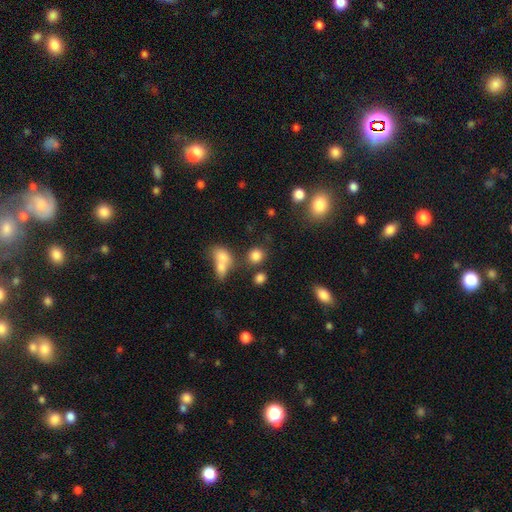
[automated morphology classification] Smooth or featured: smooth — 81% (star or artifact — 13%)
How rounded: round — 79% (in between — 19%)
Merging: none — 67% (merger — 19%)